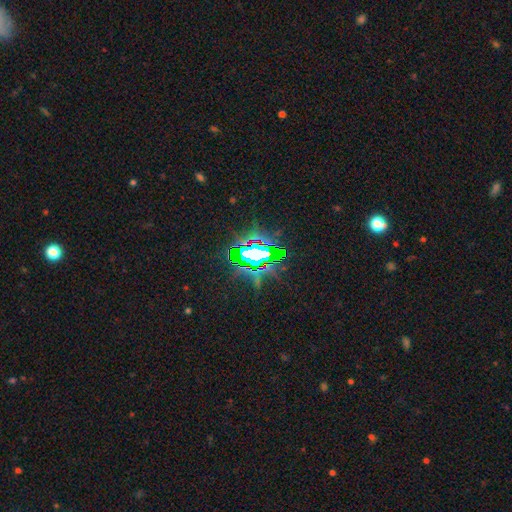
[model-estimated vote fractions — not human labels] Overall: star or artifact (73%).